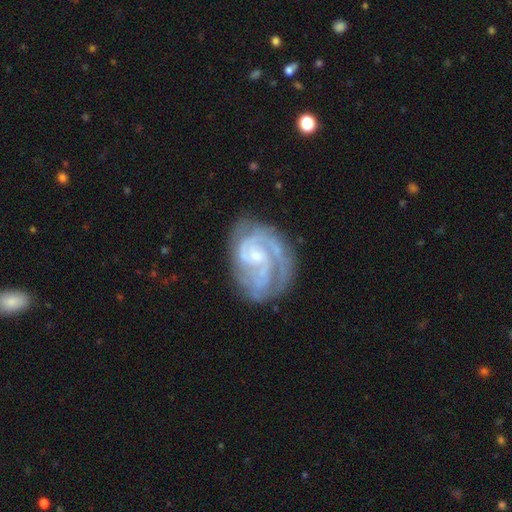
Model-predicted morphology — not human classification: Smooth or featured? featured or disk (86%)
Edge-on disk? no (98%)
Bar? no (61%)
Spiral arms? yes (95%)
Spiral winding? tight (54%)
Spiral arm count? 2 (37%)
Bulge size? small (74%)
Merging? none (61%)